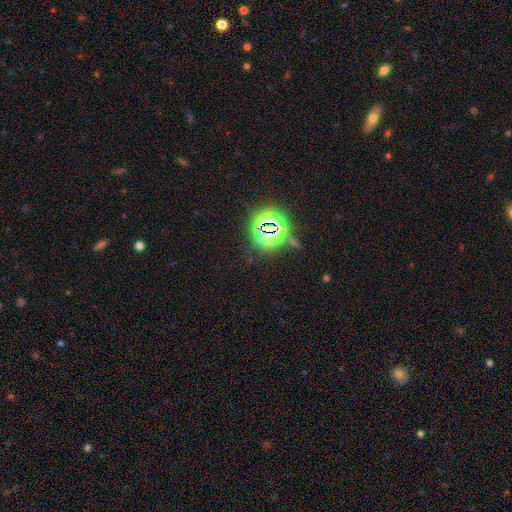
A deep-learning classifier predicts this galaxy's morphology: This appears to be a star or artifact, not a galaxy (80%).